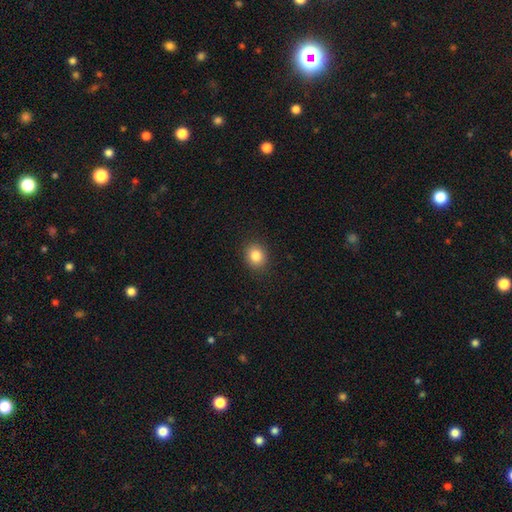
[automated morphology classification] smooth 84%, star or artifact 10%, featured or disk 6%. Down the decision tree: how rounded — round (70%); merging — none (90%).